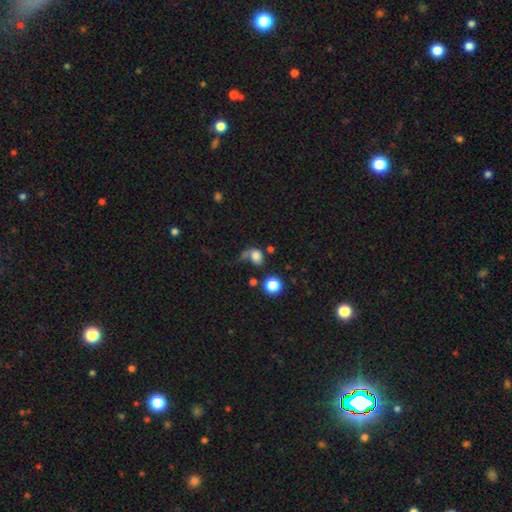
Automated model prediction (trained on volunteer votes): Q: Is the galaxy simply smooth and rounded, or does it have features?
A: smooth — 72%.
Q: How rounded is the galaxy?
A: in between — 52%.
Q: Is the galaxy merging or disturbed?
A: major disturbance — 33%.